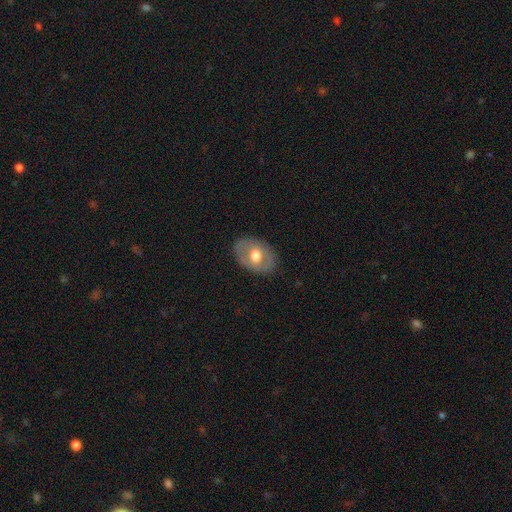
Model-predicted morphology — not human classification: Smooth or featured: smooth — 51% (featured or disk — 43%)
How rounded: in between — 76% (round — 23%)
Merging: none — 82% (minor disturbance — 13%)